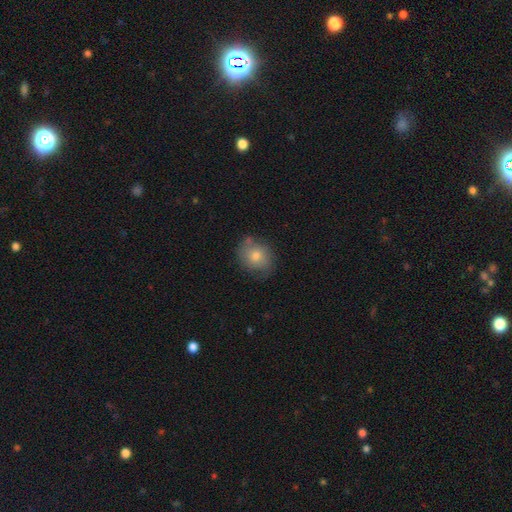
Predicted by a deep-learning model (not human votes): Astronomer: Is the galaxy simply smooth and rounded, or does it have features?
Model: smooth — 74%.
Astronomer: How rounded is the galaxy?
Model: round — 62%.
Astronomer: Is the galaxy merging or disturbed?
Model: none — 68%.